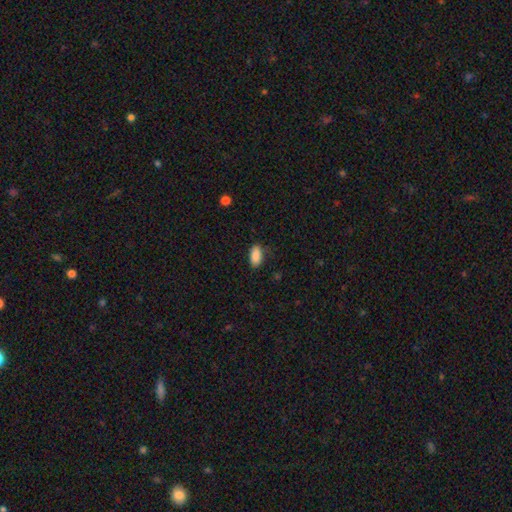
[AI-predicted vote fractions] A smooth galaxy with no disk features (89%) that is in between round and cigar-shaped (91%). Merging: none (83%).